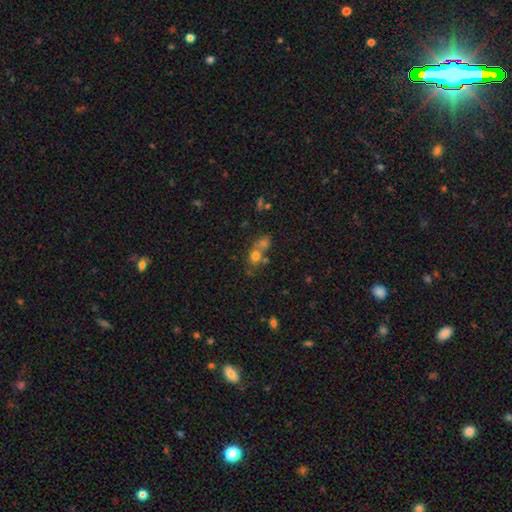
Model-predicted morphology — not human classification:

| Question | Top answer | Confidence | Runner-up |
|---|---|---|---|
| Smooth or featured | smooth | 68% | star or artifact (16%) |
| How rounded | round | 64% | in between (33%) |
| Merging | merger | 58% | none (30%) |